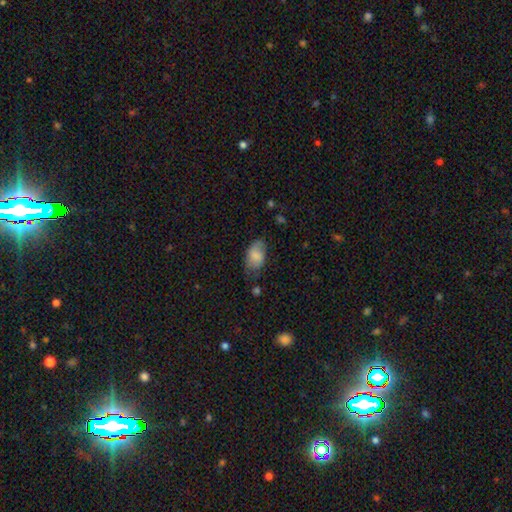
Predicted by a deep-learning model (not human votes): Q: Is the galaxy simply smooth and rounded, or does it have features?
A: smooth — 79%.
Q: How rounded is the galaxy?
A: in between — 92%.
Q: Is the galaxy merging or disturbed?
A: none — 60%.